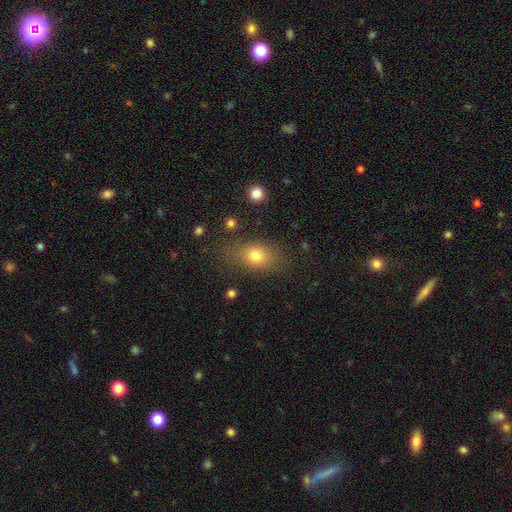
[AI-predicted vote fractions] Smooth or featured?
  - smooth: 76% *
  - star or artifact: 12%
  - featured or disk: 12%
How rounded?
  - in between: 69% *
  - round: 28%
  - cigar-shaped: 3%
Merging?
  - none: 74% *
  - minor disturbance: 16%
  - major disturbance: 8%
  - merger: 3%